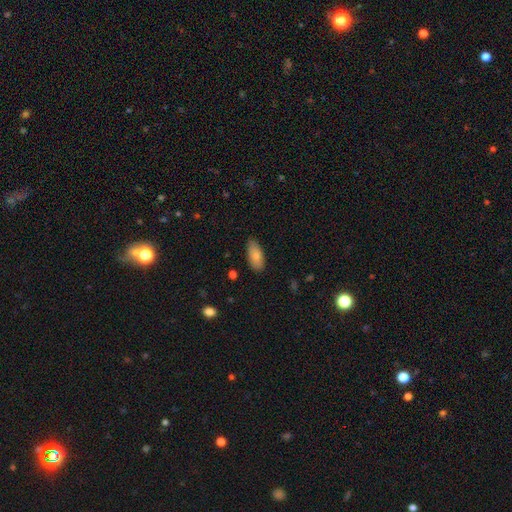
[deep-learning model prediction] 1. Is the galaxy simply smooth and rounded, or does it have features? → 85% smooth, 9% featured or disk, 6% star or artifact.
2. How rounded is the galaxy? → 87% in between, 11% cigar-shaped, 2% round.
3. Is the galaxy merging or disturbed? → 85% none, 11% minor disturbance, 2% major disturbance, 1% merger.